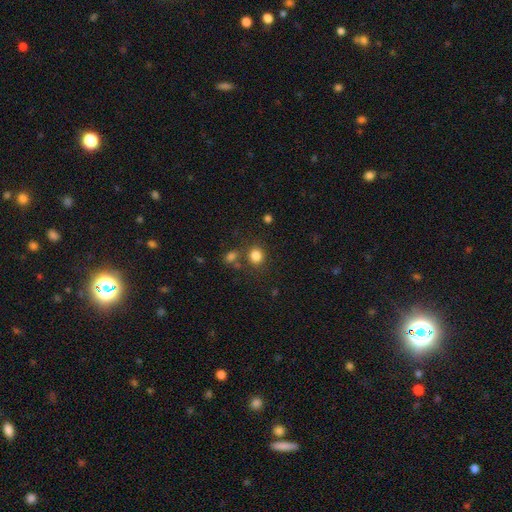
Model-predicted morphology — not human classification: Q: Smooth or featured?
A: smooth (82%); runner-up: star or artifact (13%)
Q: How rounded?
A: round (79%); runner-up: in between (20%)
Q: Merging?
A: none (74%); runner-up: merger (12%)